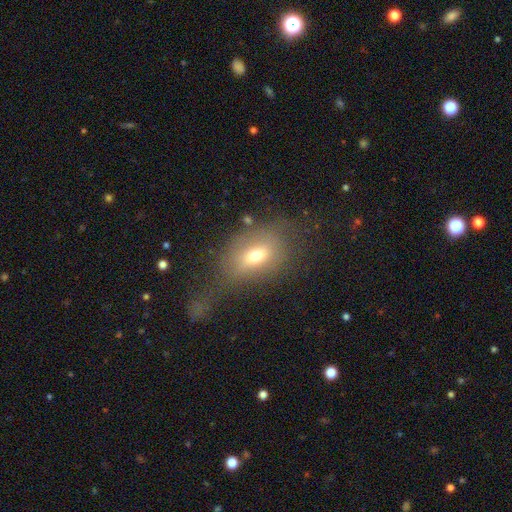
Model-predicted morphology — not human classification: This appears to be a smooth galaxy with no disk features (64%) that is in between round and cigar-shaped (79%). Merging: none (41%).